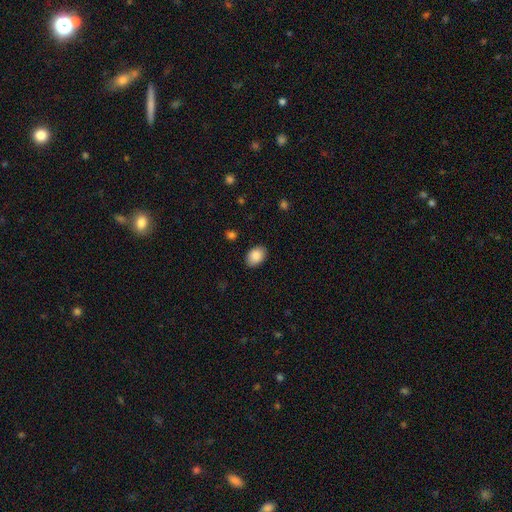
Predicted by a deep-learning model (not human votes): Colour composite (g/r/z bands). It shows a smooth galaxy with no disk features (88%) that is in between round and cigar-shaped (82%). Merging: none (88%).